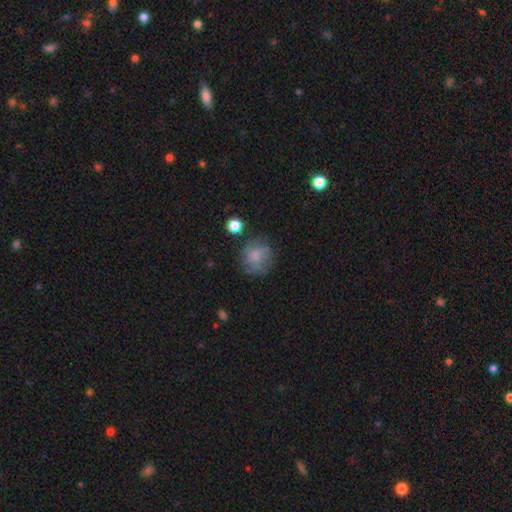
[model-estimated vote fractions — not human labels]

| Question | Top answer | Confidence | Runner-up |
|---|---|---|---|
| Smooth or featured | smooth | 59% | featured or disk (29%) |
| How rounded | round | 80% | in between (19%) |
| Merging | none | 62% | minor disturbance (22%) |